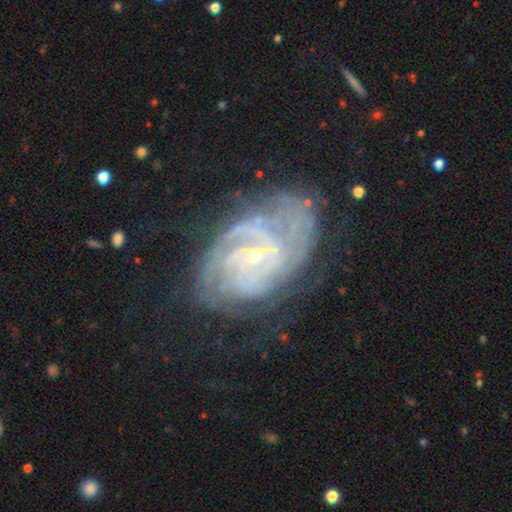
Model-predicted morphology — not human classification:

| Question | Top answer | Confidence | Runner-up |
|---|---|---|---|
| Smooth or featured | featured or disk | 85% | star or artifact (8%) |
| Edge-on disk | no | 97% | yes (3%) |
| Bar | no | 56% | weak (35%) |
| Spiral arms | yes | 94% | no (6%) |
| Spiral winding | tight | 65% | medium (28%) |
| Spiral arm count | can't tell | 35% | 2 (23%) |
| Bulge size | small | 82% | moderate (13%) |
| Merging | none | 59% | minor disturbance (22%) |